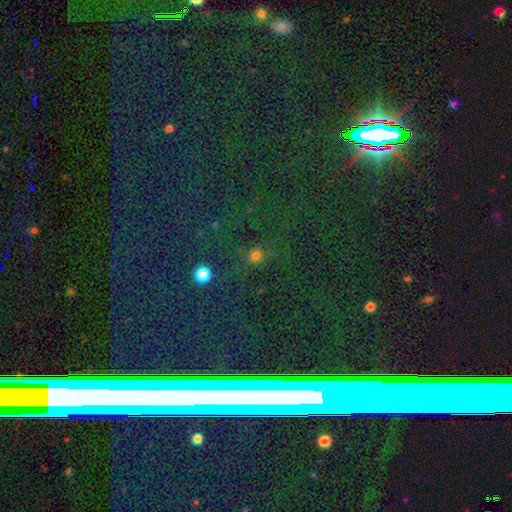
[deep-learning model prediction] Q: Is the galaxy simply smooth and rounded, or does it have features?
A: smooth — 59%.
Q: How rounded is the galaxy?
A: round — 87%.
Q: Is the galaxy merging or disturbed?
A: none — 79%.